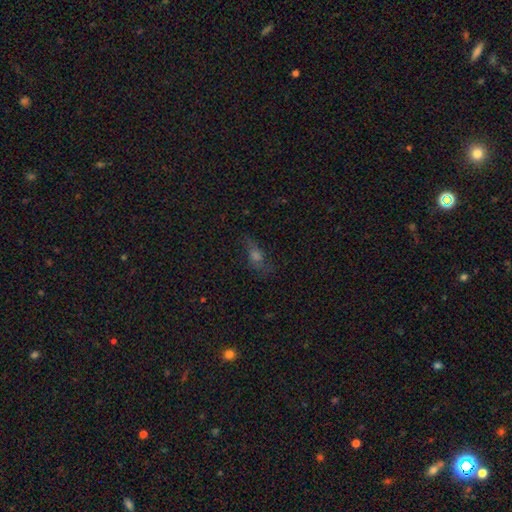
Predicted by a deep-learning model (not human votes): Smooth or featured?
  - smooth: 38% *
  - featured or disk: 33%
  - star or artifact: 29%
Merging?
  - none: 63% *
  - minor disturbance: 20%
  - major disturbance: 14%
  - merger: 3%